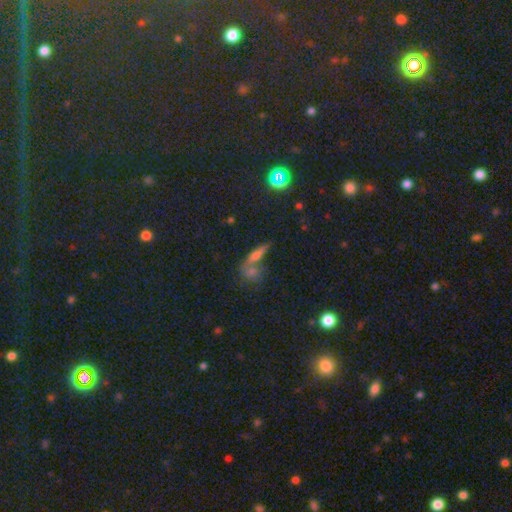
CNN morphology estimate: type=smooth (47%); merging=none (52%).